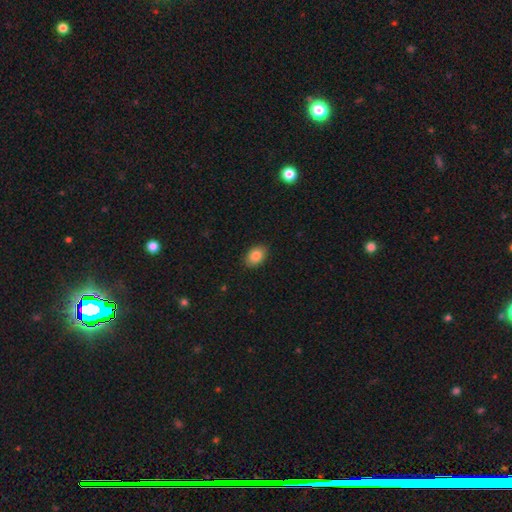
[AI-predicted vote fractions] Smooth or featured: smooth — 87% (star or artifact — 8%)
How rounded: in between — 81% (round — 18%)
Merging: none — 87% (minor disturbance — 10%)